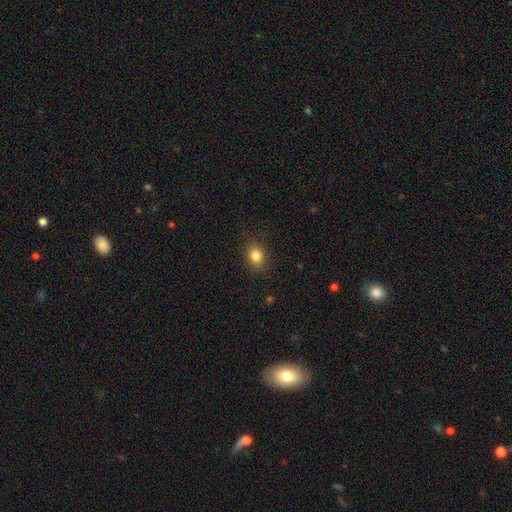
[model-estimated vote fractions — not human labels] smooth_or_featured: smooth (p=0.84) [alt: star or artifact p=0.11]
how_rounded: round (p=0.55) [alt: in between p=0.44]
merging: none (p=0.87) [alt: minor disturbance p=0.10]